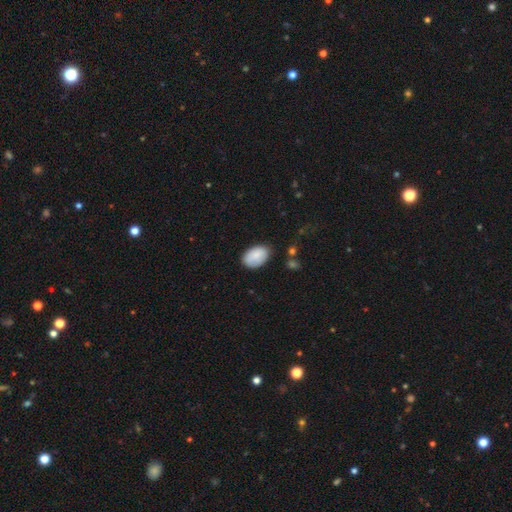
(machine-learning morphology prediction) A smooth galaxy with no disk features (87%) that is in between round and cigar-shaped (89%). Merging: none (78%).